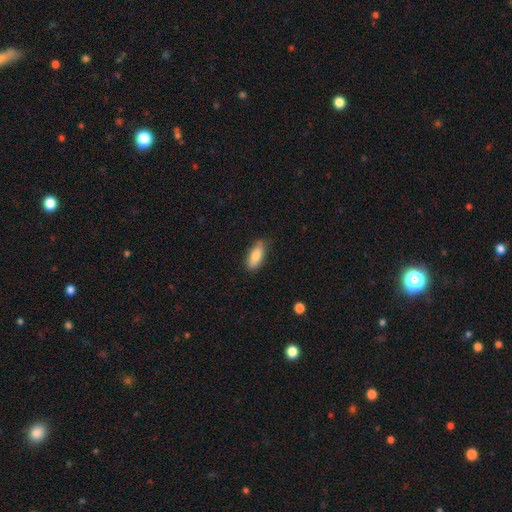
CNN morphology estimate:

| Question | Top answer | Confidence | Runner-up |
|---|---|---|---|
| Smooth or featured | smooth | 81% | featured or disk (12%) |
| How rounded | in between | 77% | cigar-shaped (21%) |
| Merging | none | 79% | minor disturbance (17%) |